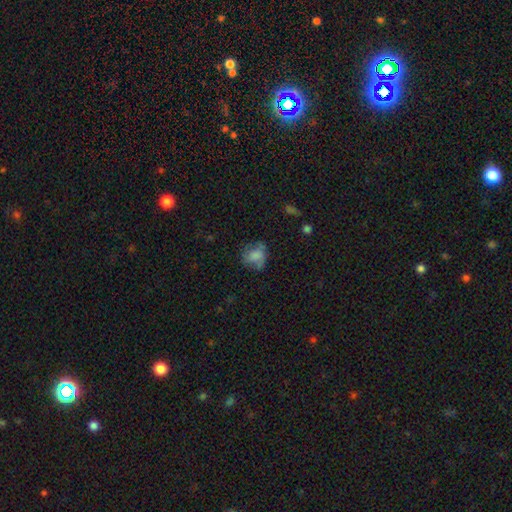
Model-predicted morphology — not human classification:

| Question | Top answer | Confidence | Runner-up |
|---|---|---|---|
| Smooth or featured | smooth | 65% | featured or disk (25%) |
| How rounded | round | 61% | in between (38%) |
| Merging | none | 53% | minor disturbance (27%) |